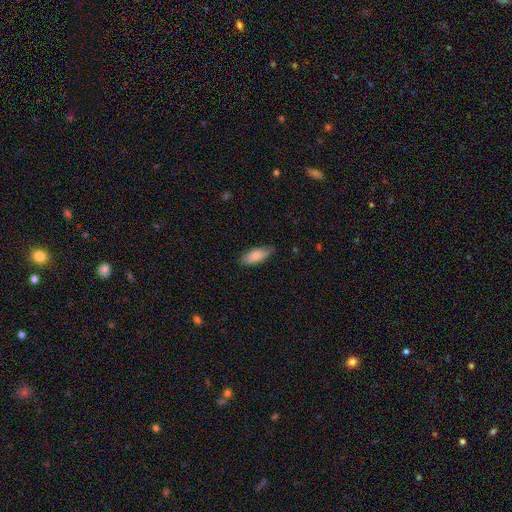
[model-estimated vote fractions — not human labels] Smooth or featured?
  - smooth: 83% *
  - featured or disk: 11%
  - star or artifact: 6%
How rounded?
  - in between: 84% *
  - cigar-shaped: 14%
  - round: 2%
Merging?
  - none: 72% *
  - minor disturbance: 23%
  - major disturbance: 4%
  - merger: 1%